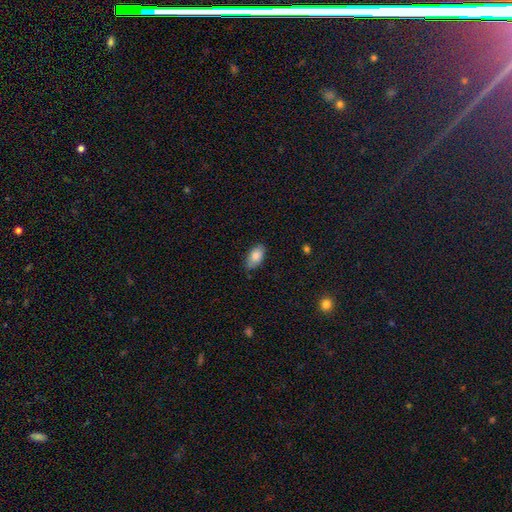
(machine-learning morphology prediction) Q: Smooth or featured?
A: smooth (85%); runner-up: featured or disk (9%)
Q: How rounded?
A: in between (93%); runner-up: round (4%)
Q: Merging?
A: none (76%); runner-up: minor disturbance (20%)